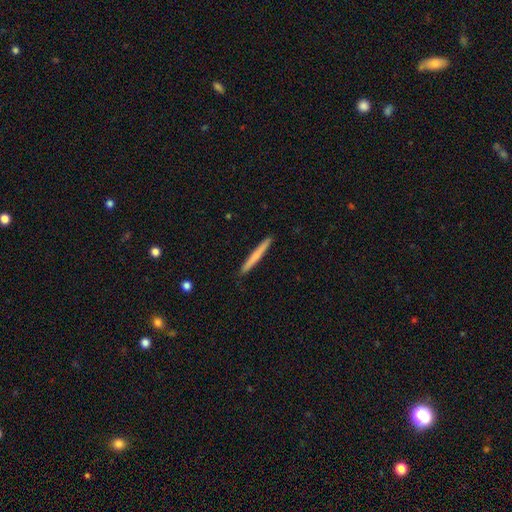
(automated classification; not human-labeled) A smooth galaxy with no disk features (62%) that is cigar-shaped (97%).

Vote fractions:
- Smooth or featured? smooth: 62% / featured or disk: 33% / star or artifact: 5%
- How rounded? cigar-shaped: 97% / in between: 2% / round: 1%
- Merging? none: 92% / minor disturbance: 5% / major disturbance: 1% / merger: 1%